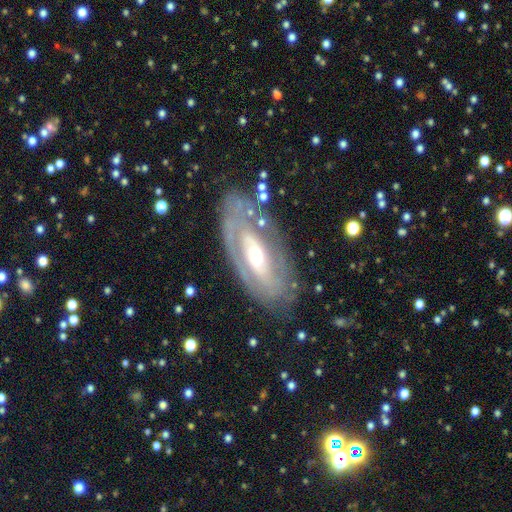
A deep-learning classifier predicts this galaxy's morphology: The model was most divided on "bulge size": moderate: 59%, small: 32%, large: 7%, dominant: 1%, none: 1%. More confident: edge-on disk — no (89%); smooth or featured — featured or disk (79%); merging — none (72%); spiral arms — yes (65%); bar — no (57%).